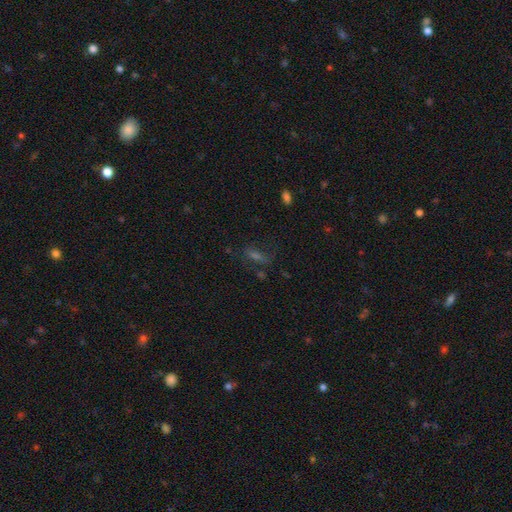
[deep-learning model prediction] Smooth or featured?
  - smooth: 36% *
  - star or artifact: 33%
  - featured or disk: 31%
Merging?
  - none: 63% *
  - minor disturbance: 18%
  - major disturbance: 15%
  - merger: 4%